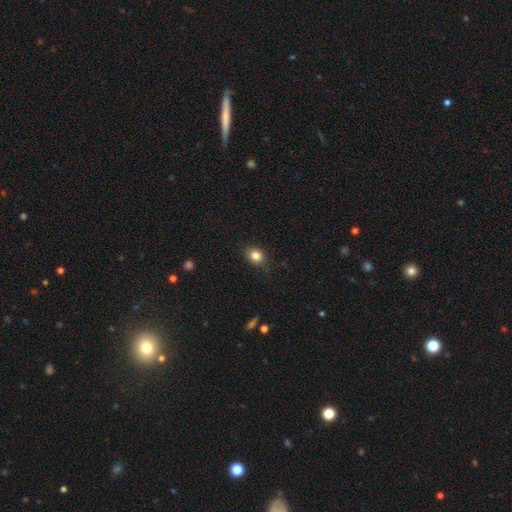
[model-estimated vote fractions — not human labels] Smooth or featured? Predicted: smooth (p=0.83). How rounded? Predicted: in between (p=0.52). Merging? Predicted: none (p=0.82).